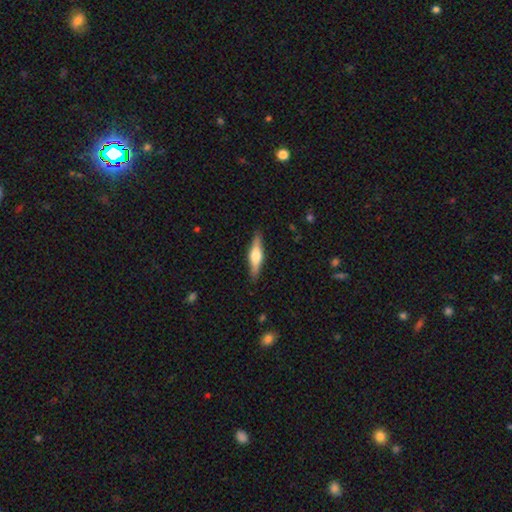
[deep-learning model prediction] The model was most divided on "smooth or featured": featured or disk: 59%, smooth: 36%, star or artifact: 5%. More confident: edge-on disk — yes (96%); edge-on bulge — rounded (90%); merging — none (89%).